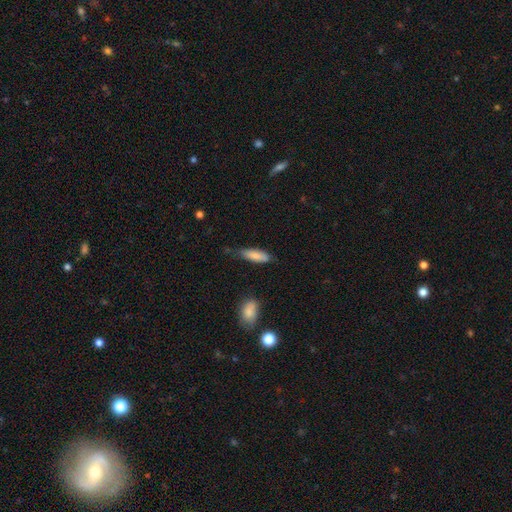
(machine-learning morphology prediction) Smooth or featured? smooth (84%)
How rounded? in between (53%)
Merging? none (64%)